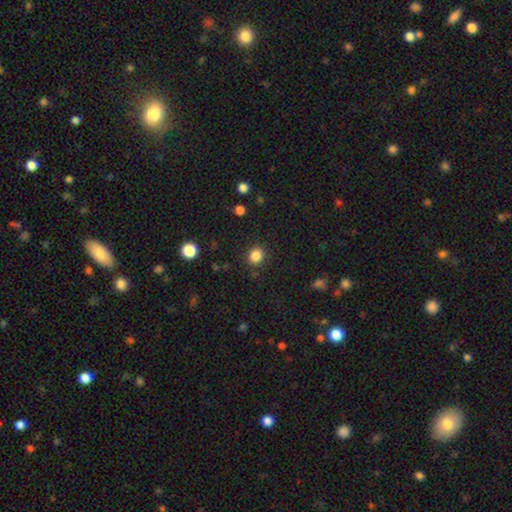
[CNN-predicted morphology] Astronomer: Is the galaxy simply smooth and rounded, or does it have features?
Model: smooth — 85%.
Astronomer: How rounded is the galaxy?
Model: round — 73%.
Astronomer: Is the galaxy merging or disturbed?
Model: none — 88%.